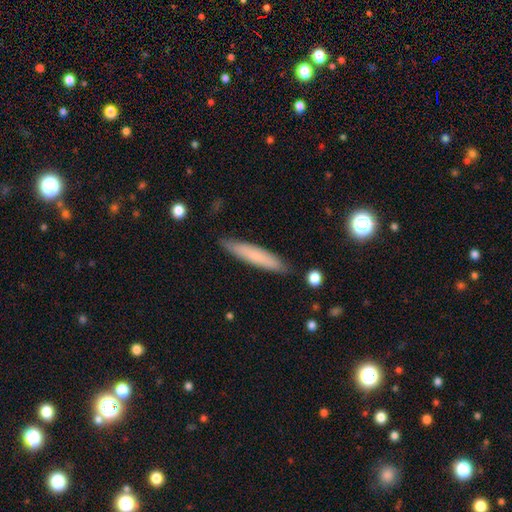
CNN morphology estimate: smooth 72%, featured or disk 22%, star or artifact 6%. Down the decision tree: how rounded — cigar-shaped (91%); merging — none (87%).